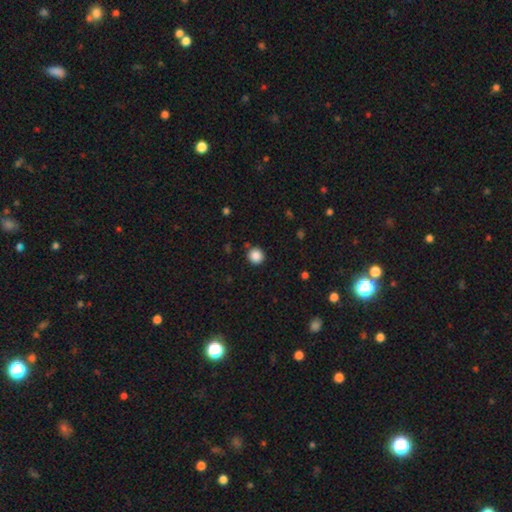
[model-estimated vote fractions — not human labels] smooth-or-featured: smooth: 87% | star or artifact: 10% | featured or disk: 3%
  how-rounded: round: 93% | in between: 6% | cigar-shaped: 1%
  merging: none: 89% | minor disturbance: 7% | merger: 2% | major disturbance: 2%